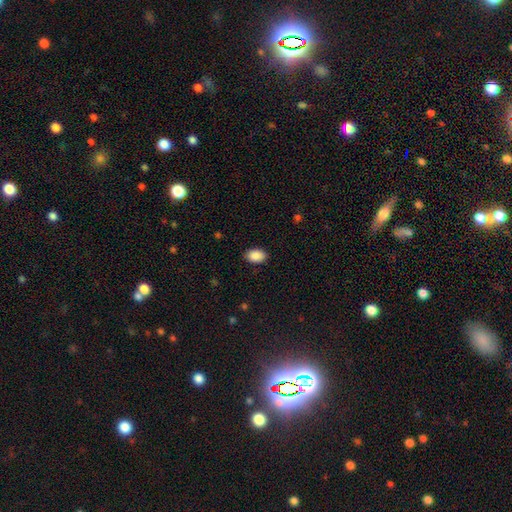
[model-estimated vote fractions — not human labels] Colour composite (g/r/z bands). It shows a smooth galaxy with no disk features (90%) that is in between round and cigar-shaped (87%). Merging: none (88%).